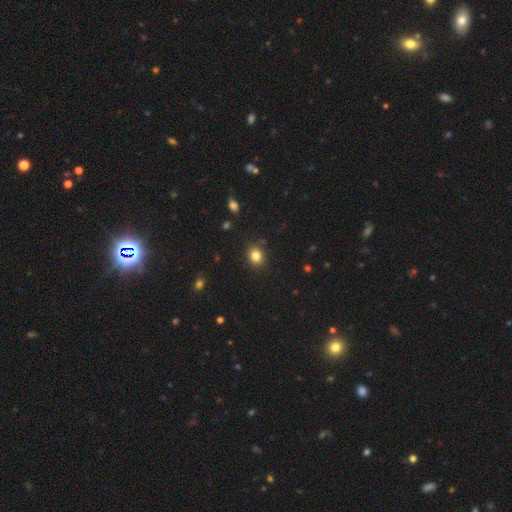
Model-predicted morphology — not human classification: Smooth or featured? Predicted: smooth (p=0.83). How rounded? Predicted: round (p=0.59). Merging? Predicted: none (p=0.88).